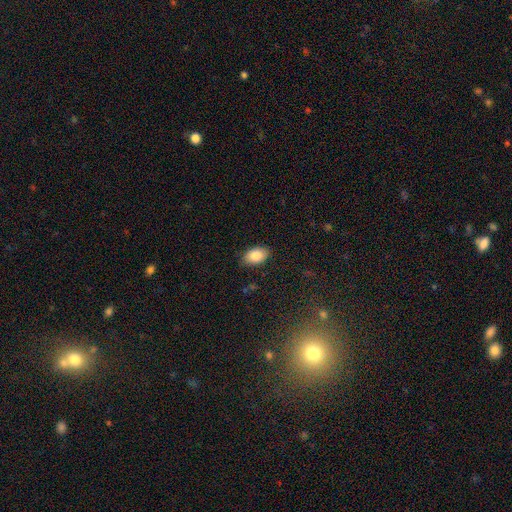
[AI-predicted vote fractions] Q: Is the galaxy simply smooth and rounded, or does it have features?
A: smooth — 86%.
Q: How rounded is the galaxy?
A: in between — 91%.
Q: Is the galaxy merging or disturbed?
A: none — 86%.